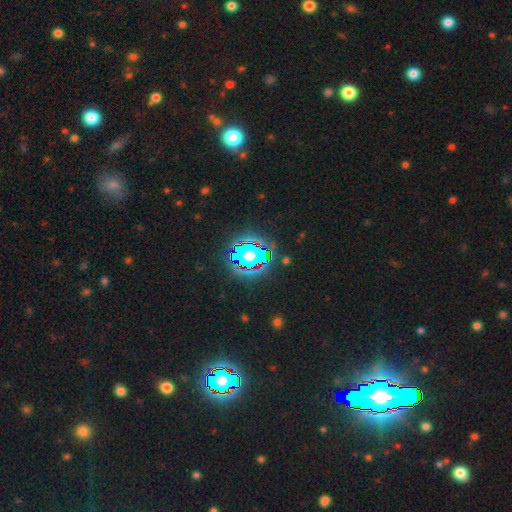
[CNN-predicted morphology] This is likely a star or artifact rather than a galaxy (75%).